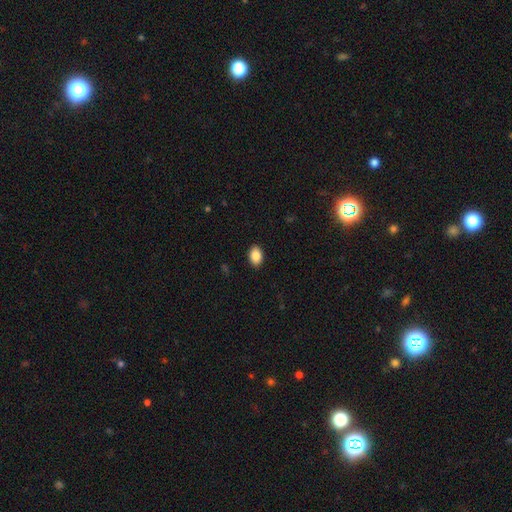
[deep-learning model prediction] smooth_or_featured: smooth (p=0.88) [alt: star or artifact p=0.07]
how_rounded: in between (p=0.85) [alt: round p=0.14]
merging: none (p=0.90) [alt: minor disturbance p=0.07]